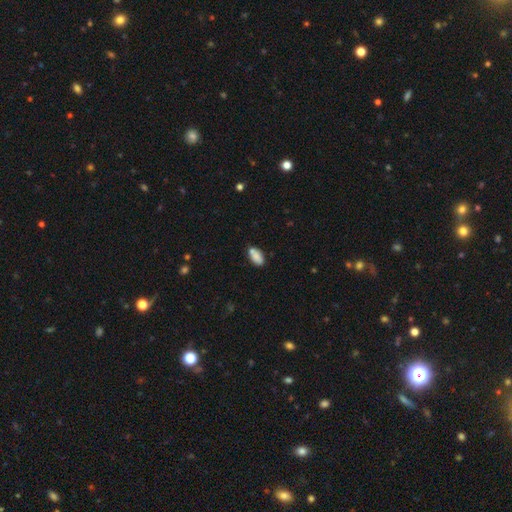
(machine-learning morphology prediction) This is clearly a smooth galaxy (82%). How rounded: clearly in between (92%). Merging: possibly none (59%).